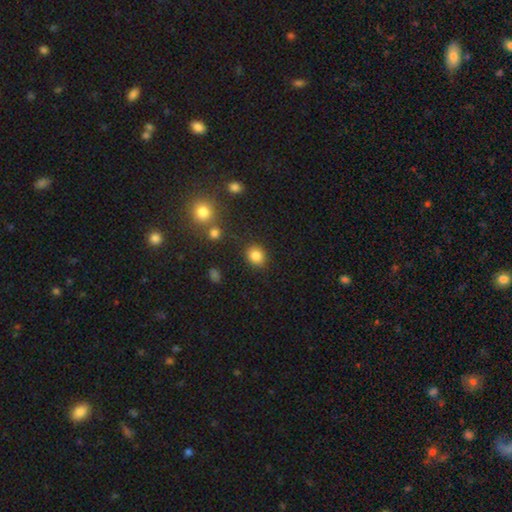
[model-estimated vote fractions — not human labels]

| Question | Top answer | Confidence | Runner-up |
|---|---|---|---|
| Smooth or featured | smooth | 84% | star or artifact (11%) |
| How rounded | round | 67% | in between (32%) |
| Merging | none | 84% | minor disturbance (9%) |